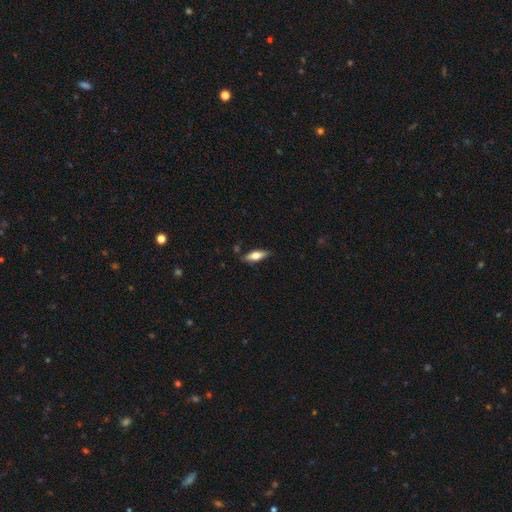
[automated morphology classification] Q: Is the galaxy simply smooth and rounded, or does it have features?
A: smooth — 61%.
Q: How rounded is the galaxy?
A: in between — 58%.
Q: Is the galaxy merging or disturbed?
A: none — 82%.